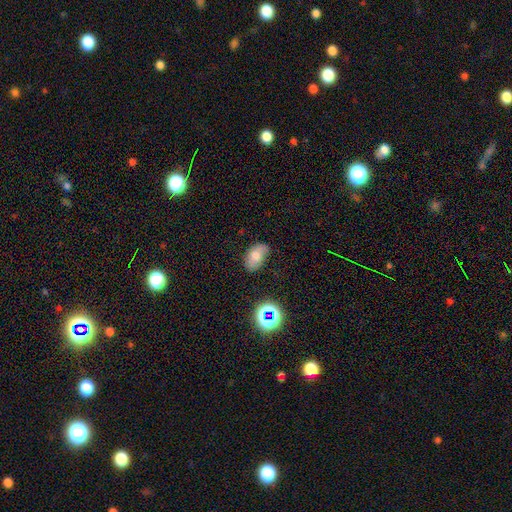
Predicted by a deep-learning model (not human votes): The model was most divided on "merging": none: 69%, minor disturbance: 24%, major disturbance: 5%, merger: 2%. More confident: how rounded — in between (89%); smooth or featured — smooth (69%).